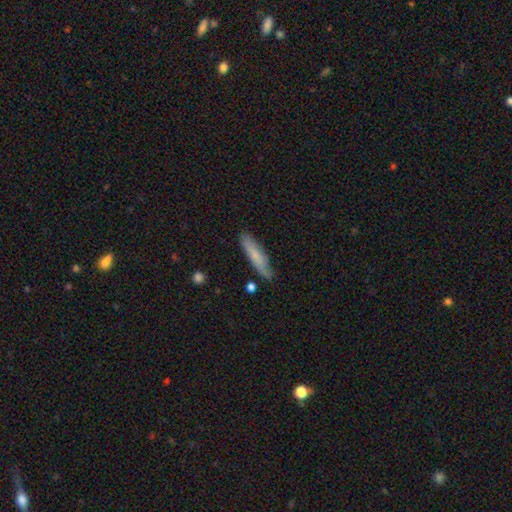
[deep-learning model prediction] A smooth galaxy with no disk features (69%) that is cigar-shaped (82%).

Vote fractions:
- Smooth or featured? smooth: 69% / featured or disk: 25% / star or artifact: 6%
- How rounded? cigar-shaped: 82% / in between: 16% / round: 2%
- Merging? none: 78% / minor disturbance: 17% / major disturbance: 3% / merger: 2%